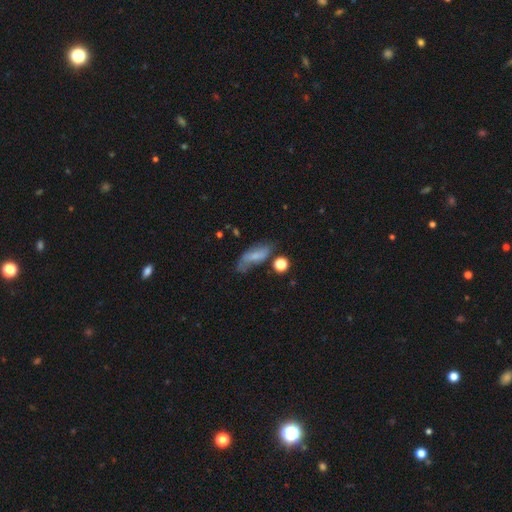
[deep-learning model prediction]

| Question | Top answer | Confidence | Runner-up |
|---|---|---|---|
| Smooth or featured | smooth | 61% | featured or disk (29%) |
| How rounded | in between | 70% | cigar-shaped (26%) |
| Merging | none | 50% | minor disturbance (29%) |